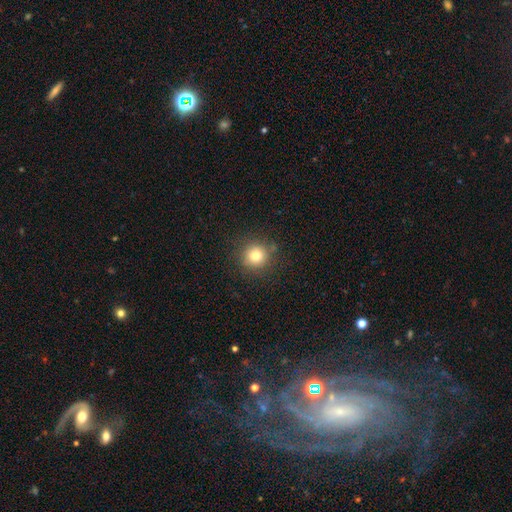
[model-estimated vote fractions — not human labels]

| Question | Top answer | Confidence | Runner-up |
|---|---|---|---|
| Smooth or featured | smooth | 78% | star or artifact (13%) |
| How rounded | round | 93% | in between (6%) |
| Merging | none | 86% | minor disturbance (9%) |